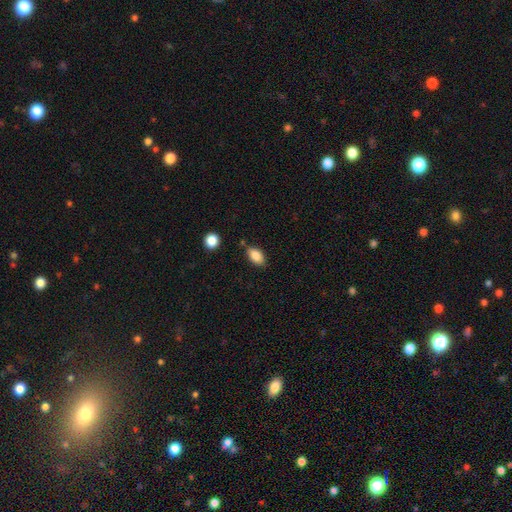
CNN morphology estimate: smooth_or_featured: smooth (p=0.86) [alt: star or artifact p=0.08]
how_rounded: in between (p=0.91) [alt: round p=0.07]
merging: none (p=0.78) [alt: minor disturbance p=0.14]